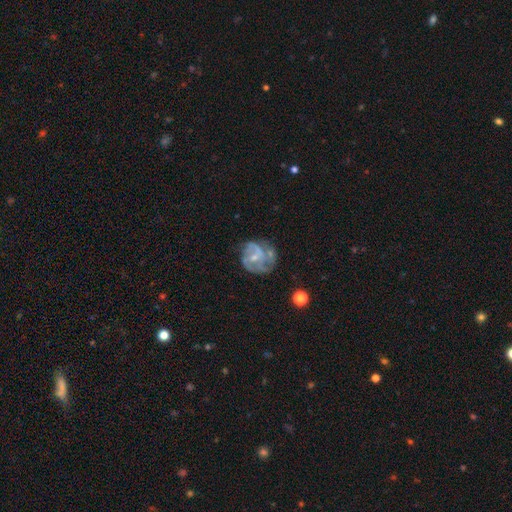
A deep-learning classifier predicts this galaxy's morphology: This appears to be a featured or disk galaxy (74%) with no bar (55%), 2 (32%) medium (44%) spiral arms (79%) and a small central bulge (60%). Merging: none (48%).